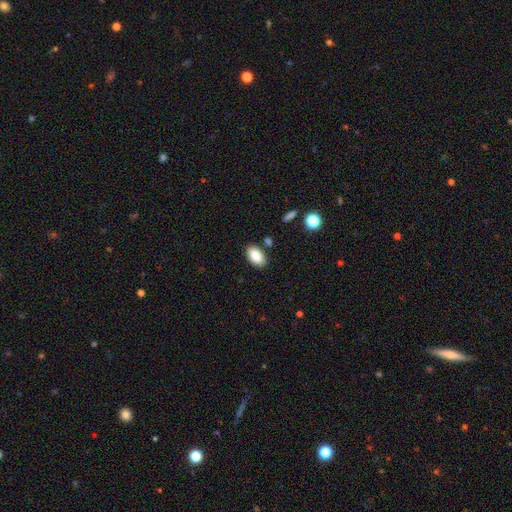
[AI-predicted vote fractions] smooth_or_featured: smooth (p=0.87) [alt: star or artifact p=0.08]
how_rounded: in between (p=0.93) [alt: round p=0.05]
merging: none (p=0.83) [alt: minor disturbance p=0.11]